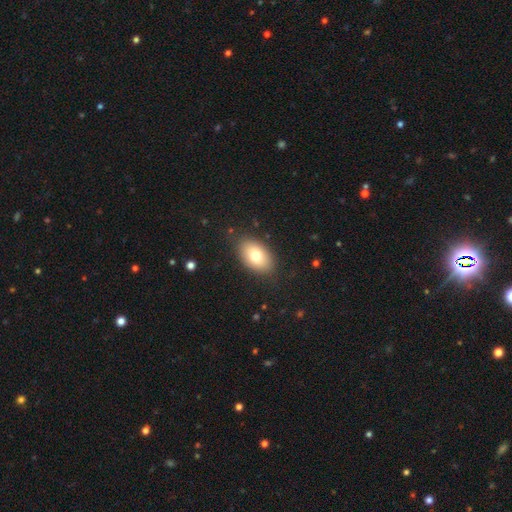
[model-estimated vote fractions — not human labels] A smooth galaxy with no disk features (76%) that is in between round and cigar-shaped (91%). Merging: none (85%).